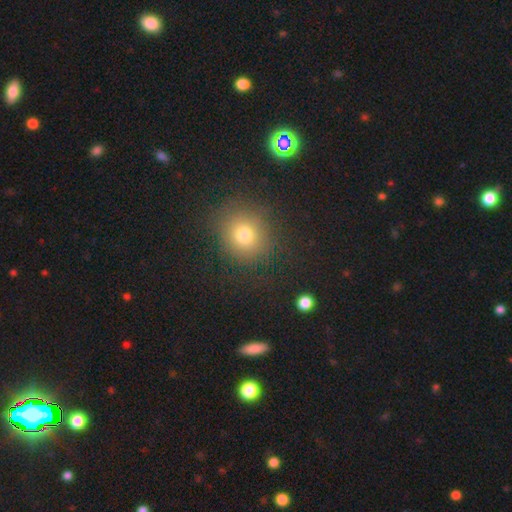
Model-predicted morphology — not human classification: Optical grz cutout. It shows a smooth galaxy with no disk features (67%) that is round (87%). Merging: none (90%).